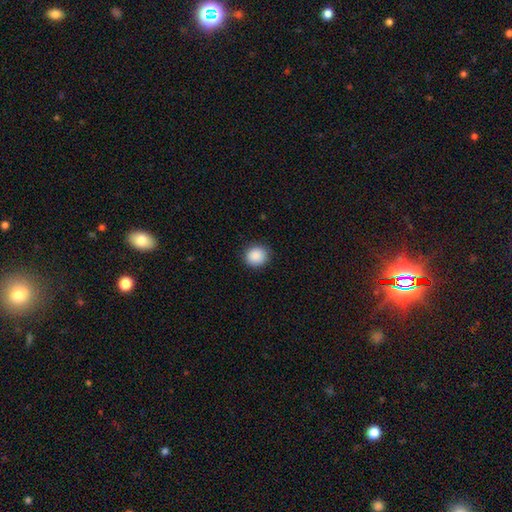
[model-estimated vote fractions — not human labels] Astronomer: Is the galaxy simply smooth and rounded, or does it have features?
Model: smooth — 89%.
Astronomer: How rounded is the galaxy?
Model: round — 83%.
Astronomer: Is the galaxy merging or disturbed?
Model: none — 89%.